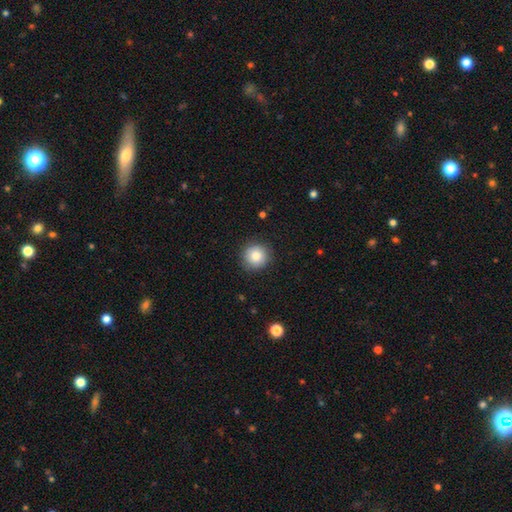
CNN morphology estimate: Smooth or featured?
  - smooth: 84% *
  - star or artifact: 9%
  - featured or disk: 7%
How rounded?
  - round: 94% *
  - in between: 5%
  - cigar-shaped: 1%
Merging?
  - none: 89% *
  - minor disturbance: 8%
  - major disturbance: 2%
  - merger: 1%